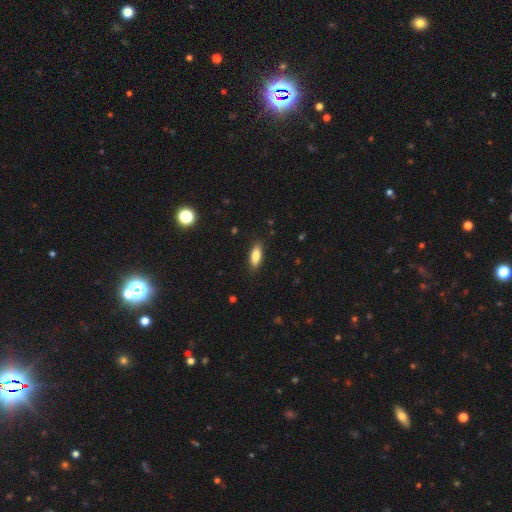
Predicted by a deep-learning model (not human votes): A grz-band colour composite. It shows a smooth galaxy with no disk features (85%) that is in between round and cigar-shaped (70%). Merging: none (86%).